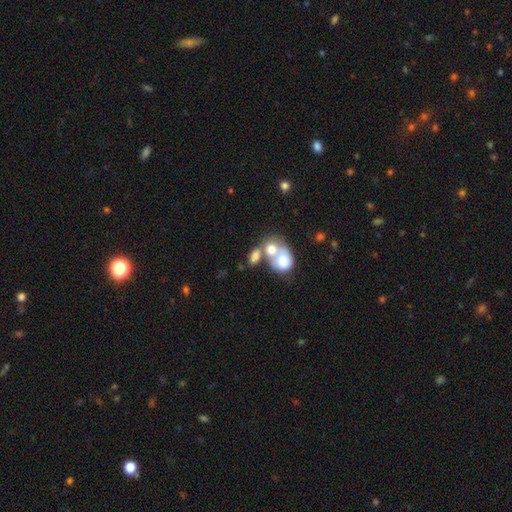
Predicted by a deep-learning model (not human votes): Overall: smooth (70%). How rounded: in between (69%; round 29%). Merging: merger (63%).